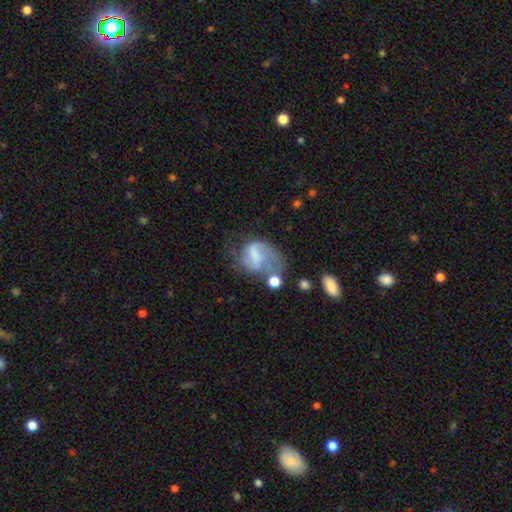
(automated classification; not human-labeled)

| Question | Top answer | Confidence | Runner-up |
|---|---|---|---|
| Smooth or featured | featured or disk | 54% | smooth (36%) |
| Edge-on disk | no | 97% | yes (3%) |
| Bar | no | 41% | weak (40%) |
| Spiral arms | yes | 62% | no (38%) |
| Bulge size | none | 47% | small (22%) |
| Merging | major disturbance | 41% | none (25%) |